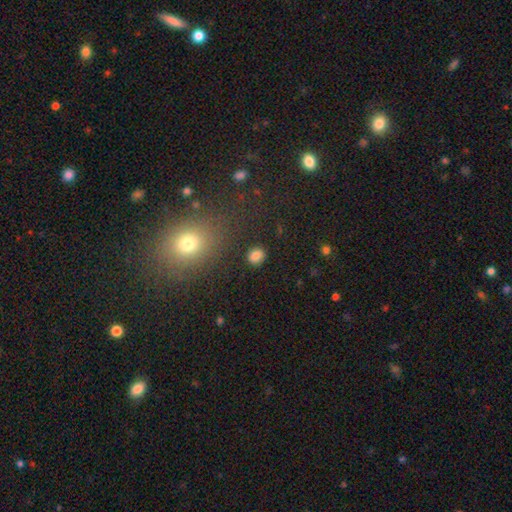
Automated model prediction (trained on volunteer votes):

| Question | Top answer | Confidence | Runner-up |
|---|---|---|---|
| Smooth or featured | smooth | 82% | star or artifact (12%) |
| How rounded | round | 63% | in between (36%) |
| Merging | none | 86% | minor disturbance (9%) |